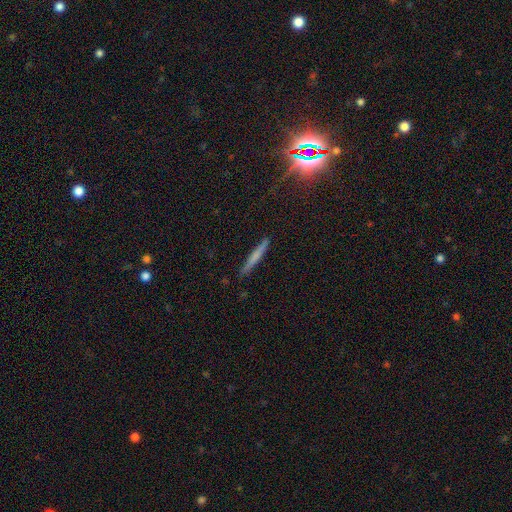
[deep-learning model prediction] Smooth or featured? Predicted: smooth (p=0.57). How rounded? Predicted: cigar-shaped (p=0.96). Merging? Predicted: none (p=0.87).